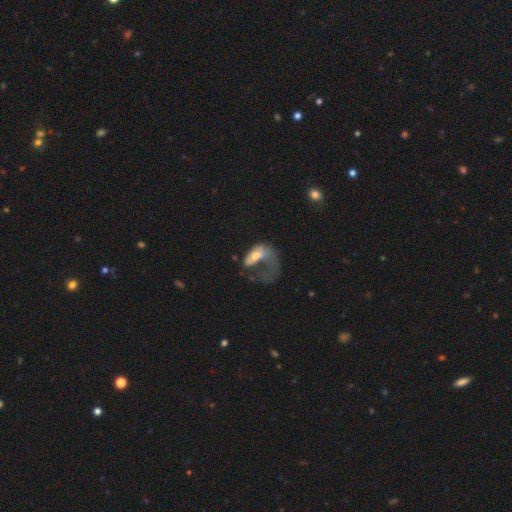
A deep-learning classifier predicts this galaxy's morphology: The model was most divided on "smooth or featured": smooth: 47%, featured or disk: 45%, star or artifact: 8%. More confident: merging — major disturbance (70%).